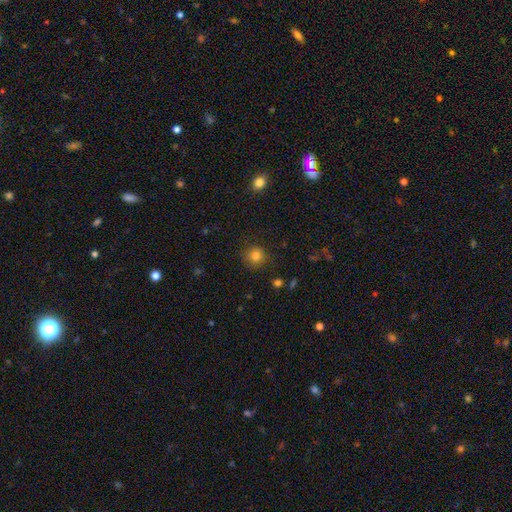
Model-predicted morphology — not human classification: type=smooth (82%); roundness=round (90%); merging=none (86%).